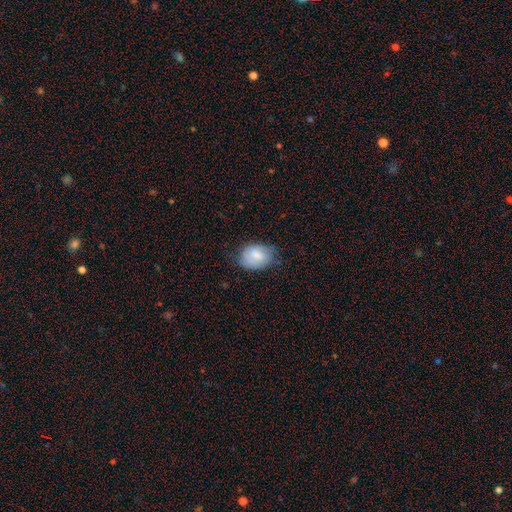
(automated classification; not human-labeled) A smooth galaxy with no disk features (77%) that is in between round and cigar-shaped (77%).

Vote fractions:
- Smooth or featured? smooth: 77% / featured or disk: 16% / star or artifact: 7%
- How rounded? in between: 77% / round: 22% / cigar-shaped: 1%
- Merging? none: 66% / minor disturbance: 27% / major disturbance: 6% / merger: 1%